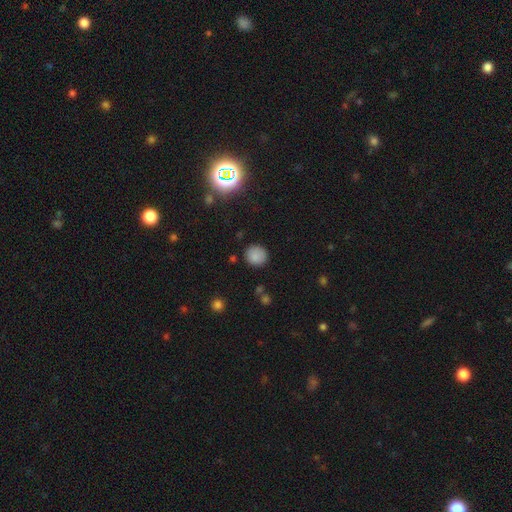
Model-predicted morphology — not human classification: Q: Smooth or featured?
A: smooth (82%); runner-up: star or artifact (12%)
Q: How rounded?
A: round (88%); runner-up: in between (11%)
Q: Merging?
A: none (85%); runner-up: minor disturbance (10%)